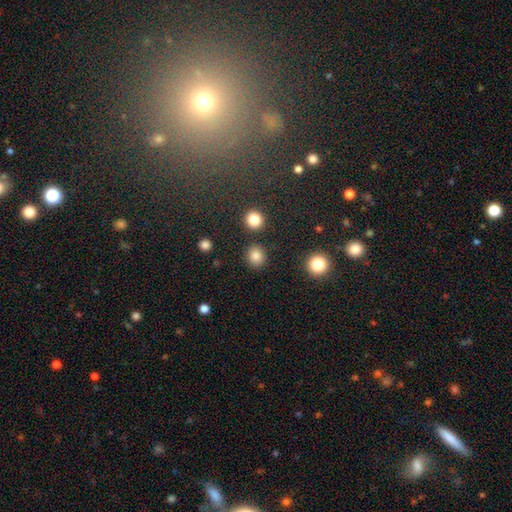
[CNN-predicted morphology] smooth 85%, star or artifact 11%, featured or disk 4%. Down the decision tree: how rounded — round (84%); merging — none (87%).